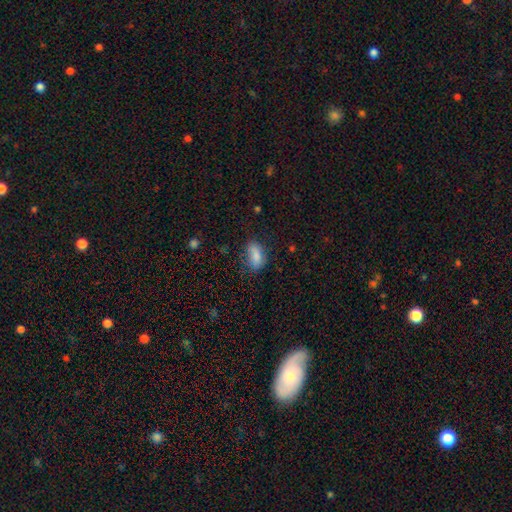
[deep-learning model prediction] Smooth or featured? Predicted: smooth (p=0.83). How rounded? Predicted: in between (p=0.87). Merging? Predicted: none (p=0.68).